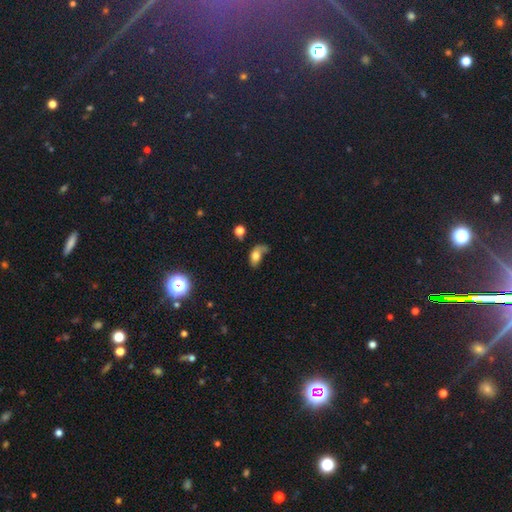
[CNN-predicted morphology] Smooth or featured? Predicted: smooth (p=0.67). How rounded? Predicted: in between (p=0.85). Merging? Predicted: major disturbance (p=0.34).